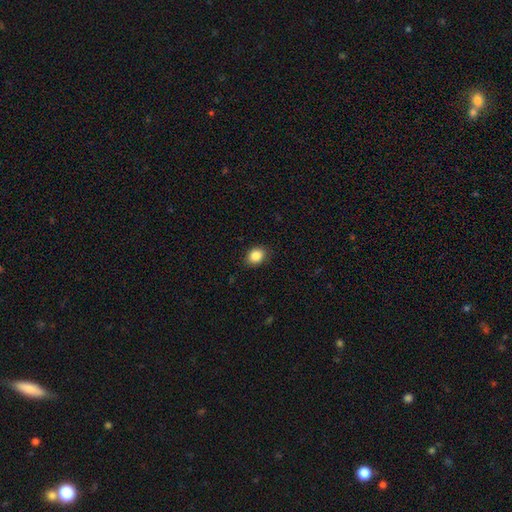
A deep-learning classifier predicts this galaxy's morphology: Smooth or featured?
  - smooth: 87% *
  - star or artifact: 9%
  - featured or disk: 5%
How rounded?
  - in between: 55% *
  - round: 44%
  - cigar-shaped: 1%
Merging?
  - none: 86% *
  - minor disturbance: 10%
  - major disturbance: 2%
  - merger: 1%